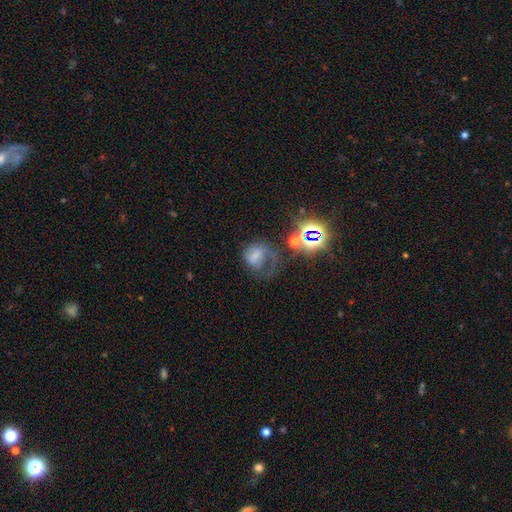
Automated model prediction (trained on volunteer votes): This is marginally a smooth galaxy (41%). Merging: possibly major disturbance (45%).